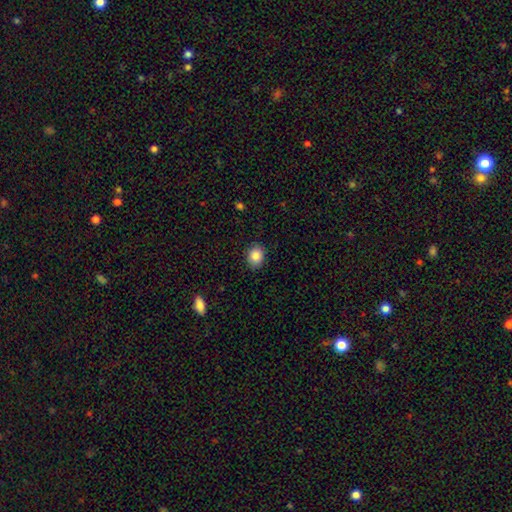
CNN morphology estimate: smooth_or_featured: smooth (p=0.86) [alt: star or artifact p=0.08]
how_rounded: in between (p=0.52) [alt: round p=0.47]
merging: none (p=0.88) [alt: minor disturbance p=0.09]